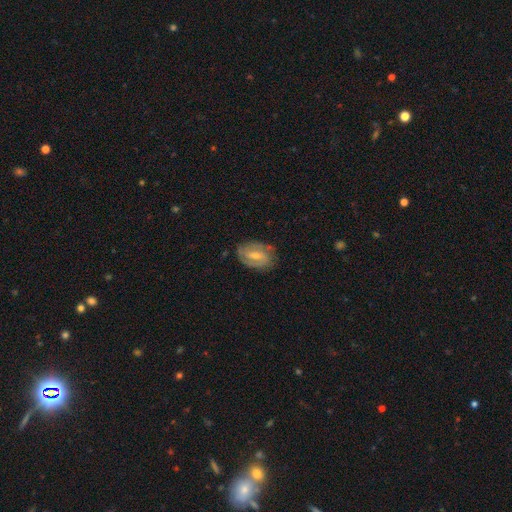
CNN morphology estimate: smooth_or_featured: featured or disk (p=0.70) [alt: smooth p=0.24]
disk_edge_on: no (p=0.96) [alt: yes p=0.04]
bar: weak (p=0.51) [alt: strong p=0.25]
has_spiral_arms: yes (p=0.88) [alt: no p=0.12]
spiral_winding: tight (p=0.46) [alt: medium p=0.41]
spiral_arm_count: 2 (p=0.67) [alt: can't tell p=0.18]
bulge_size: moderate (p=0.47) [alt: small p=0.44]
merging: none (p=0.73) [alt: minor disturbance p=0.20]